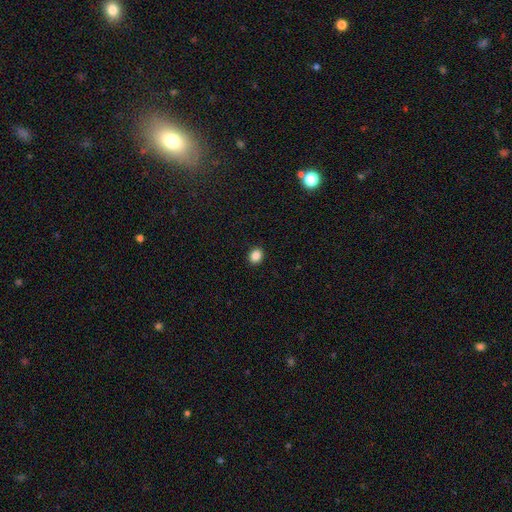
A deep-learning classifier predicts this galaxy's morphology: type=smooth (87%); roundness=round (64%); merging=none (92%).